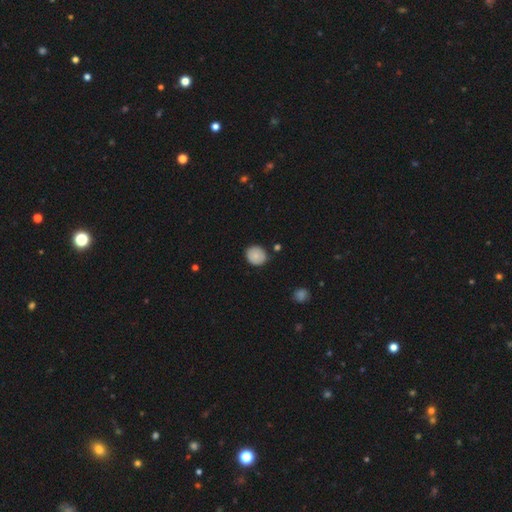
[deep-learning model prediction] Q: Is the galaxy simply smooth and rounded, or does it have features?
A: smooth — 84%.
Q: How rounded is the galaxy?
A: round — 77%.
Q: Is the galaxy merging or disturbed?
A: none — 84%.